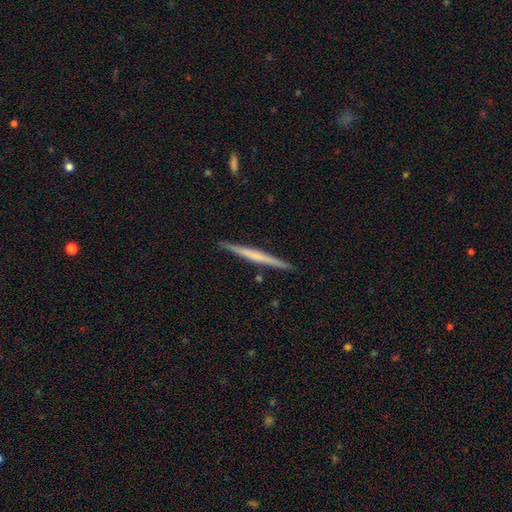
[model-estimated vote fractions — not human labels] Smooth or featured?
  - featured or disk: 56% *
  - smooth: 39%
  - star or artifact: 5%
Edge-on disk?
  - yes: 98% *
  - no: 2%
Edge-on bulge?
  - none: 76% *
  - rounded: 16%
  - boxy: 9%
Merging?
  - none: 91% *
  - minor disturbance: 7%
  - merger: 1%
  - major disturbance: 1%